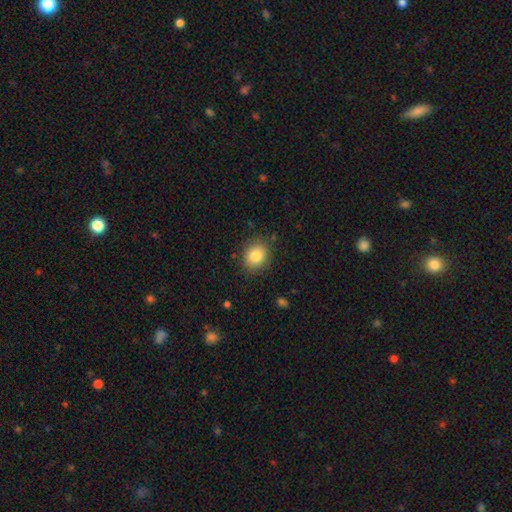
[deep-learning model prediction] Smooth or featured: smooth — 83% (star or artifact — 10%)
How rounded: round — 66% (in between — 33%)
Merging: none — 86% (minor disturbance — 10%)